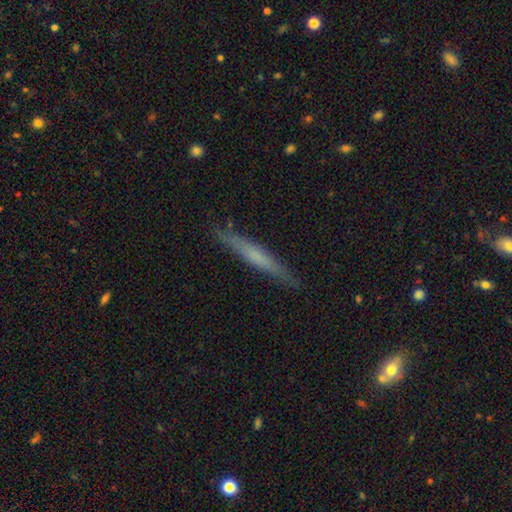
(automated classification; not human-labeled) smooth-or-featured: smooth: 51% | featured or disk: 43% | star or artifact: 6%
  how-rounded: cigar-shaped: 95% | in between: 3% | round: 1%
  merging: none: 87% | minor disturbance: 10% | major disturbance: 2% | merger: 1%